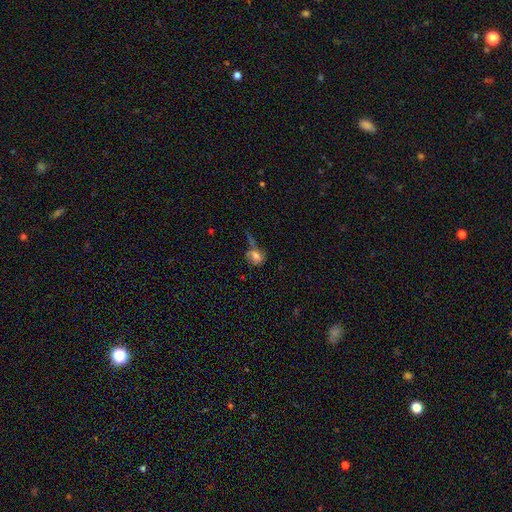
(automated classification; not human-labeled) A smooth galaxy with no disk features (56%) that is in between round and cigar-shaped (54%).

Vote fractions:
- Smooth or featured? smooth: 56% / featured or disk: 28% / star or artifact: 16%
- How rounded? in between: 54% / round: 43% / cigar-shaped: 3%
- Merging? none: 35% / major disturbance: 27% / minor disturbance: 21% / merger: 17%